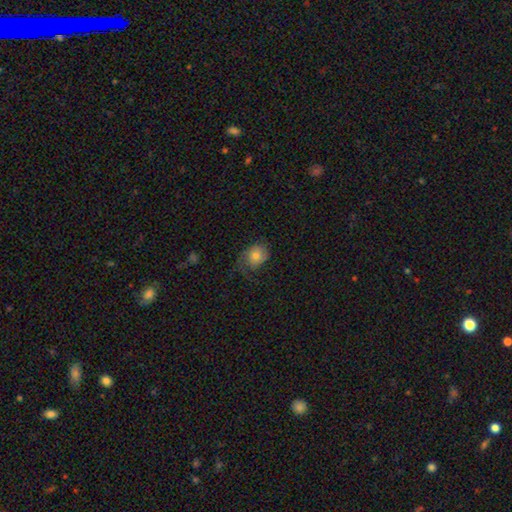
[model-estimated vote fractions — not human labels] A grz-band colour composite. It shows a smooth galaxy with no disk features (62%) that is in between round and cigar-shaped (55%). Merging: none (46%).